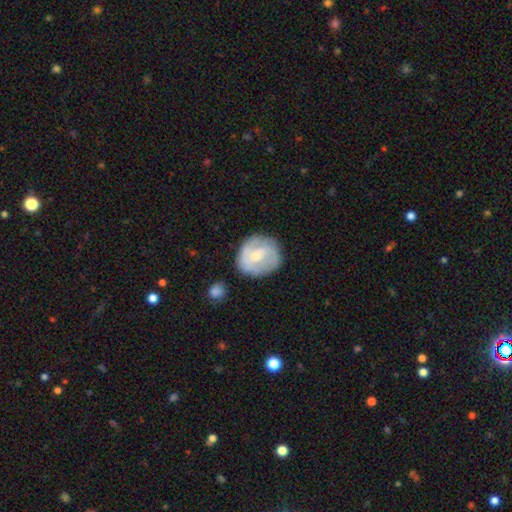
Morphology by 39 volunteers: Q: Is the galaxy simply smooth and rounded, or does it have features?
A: featured or disk — 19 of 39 (49%).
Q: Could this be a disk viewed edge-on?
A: no — 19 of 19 (100%).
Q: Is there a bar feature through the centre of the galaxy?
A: no — 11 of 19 (58%).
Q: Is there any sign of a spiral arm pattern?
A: yes — 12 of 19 (63%).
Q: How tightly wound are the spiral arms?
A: tight — 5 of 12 (42%, tied with medium).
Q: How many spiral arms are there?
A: can't tell — 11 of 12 (92%).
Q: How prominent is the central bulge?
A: moderate — 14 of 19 (74%).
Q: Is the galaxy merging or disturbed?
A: none — 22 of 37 (59%).